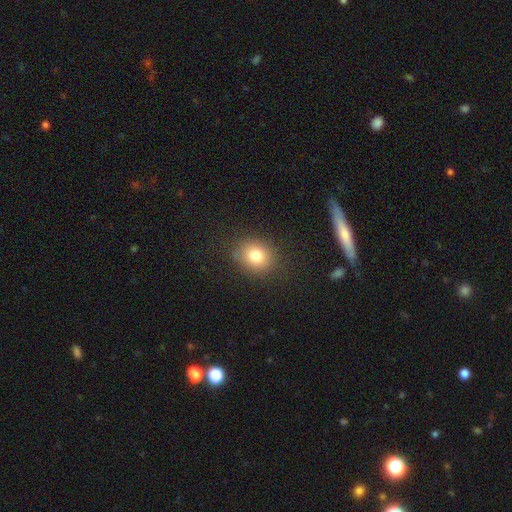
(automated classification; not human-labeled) Morphology: type=smooth (79%); roundness=round (68%); merging=none (85%).